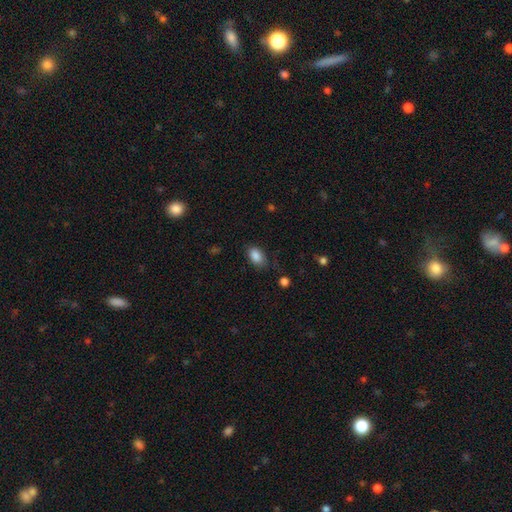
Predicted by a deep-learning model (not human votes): Smooth or featured? smooth (87%)
How rounded? in between (87%)
Merging? none (74%)